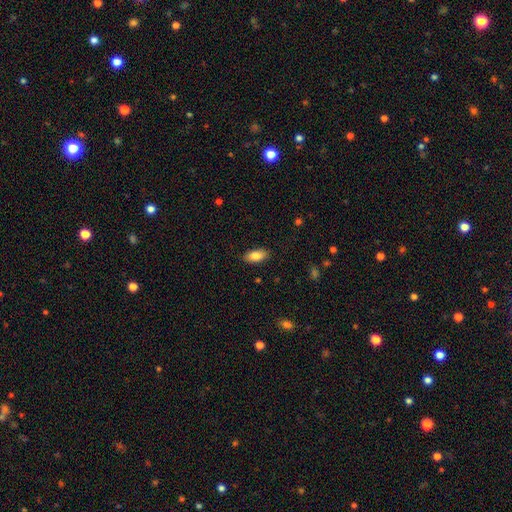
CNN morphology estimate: smooth_or_featured: smooth (p=0.85) [alt: featured or disk p=0.08]
how_rounded: in between (p=0.90) [alt: cigar-shaped p=0.08]
merging: none (p=0.88) [alt: minor disturbance p=0.09]